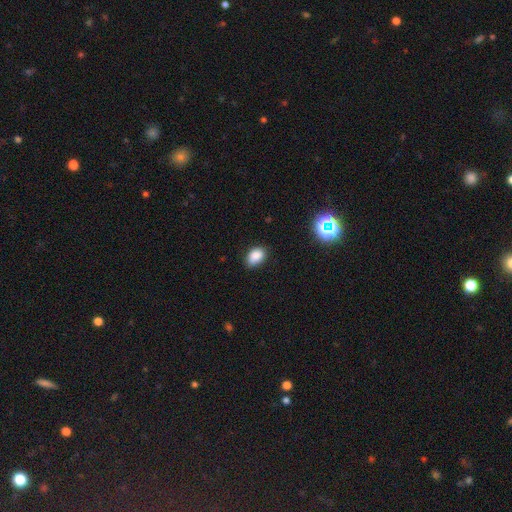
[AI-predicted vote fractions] smooth_or_featured: smooth (p=0.84) [alt: star or artifact p=0.11]
how_rounded: in between (p=0.83) [alt: round p=0.16]
merging: none (p=0.78) [alt: minor disturbance p=0.18]